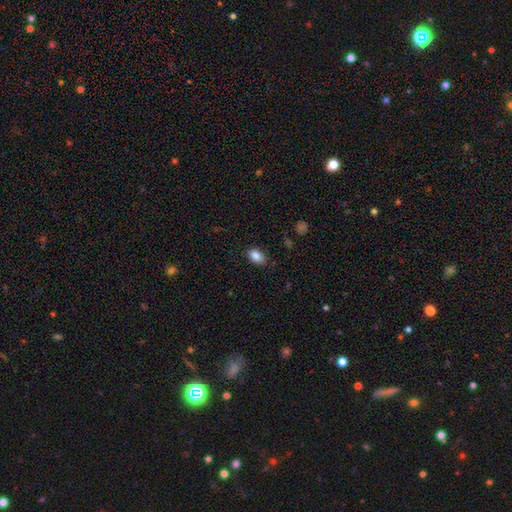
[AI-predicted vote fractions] Overall: smooth (87%). How rounded: in between (86%). Merging: none (82%).